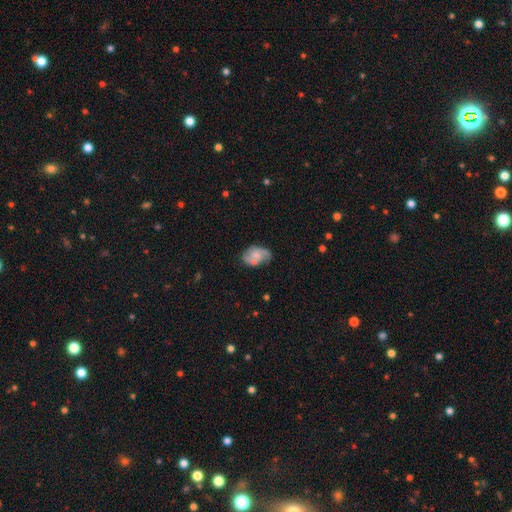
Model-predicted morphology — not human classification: Smooth or featured? featured or disk (58%)
Edge-on disk? no (97%)
Bar? no (66%)
Spiral arms? yes (84%)
Bulge size? small (38%)
Merging? none (58%)